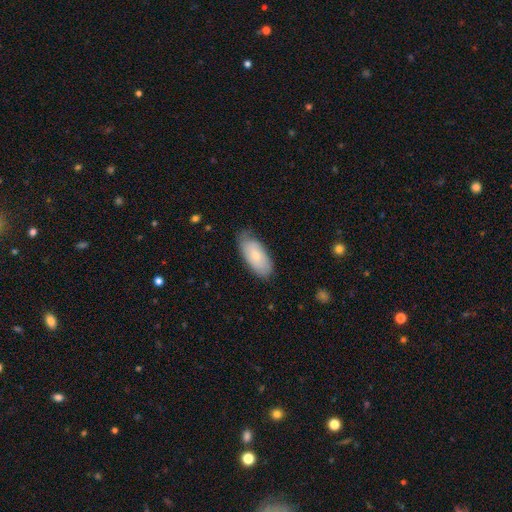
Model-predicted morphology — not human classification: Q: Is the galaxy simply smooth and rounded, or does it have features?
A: smooth — 65%.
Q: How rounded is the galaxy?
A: in between — 90%.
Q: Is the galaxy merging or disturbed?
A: none — 68%.